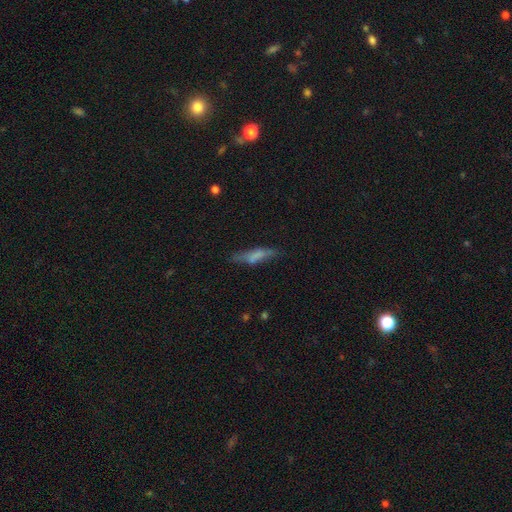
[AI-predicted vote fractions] Overall: smooth (61%; featured or disk 30%). How rounded: cigar-shaped (75%). Merging: none (64%).